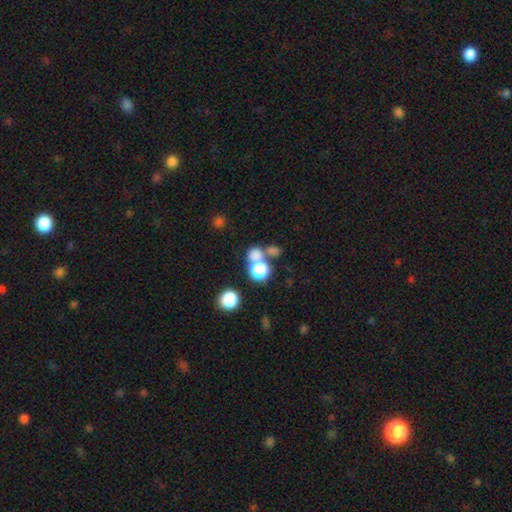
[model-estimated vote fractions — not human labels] A smooth galaxy with no disk features (72%) that is round (76%). Merging: merger (46%).